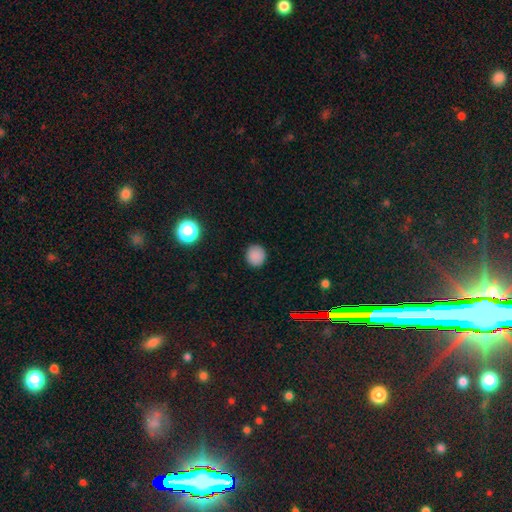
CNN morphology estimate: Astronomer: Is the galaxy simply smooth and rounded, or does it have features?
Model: smooth — 86%.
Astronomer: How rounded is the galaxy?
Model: round — 86%.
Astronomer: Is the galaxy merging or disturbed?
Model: none — 90%.